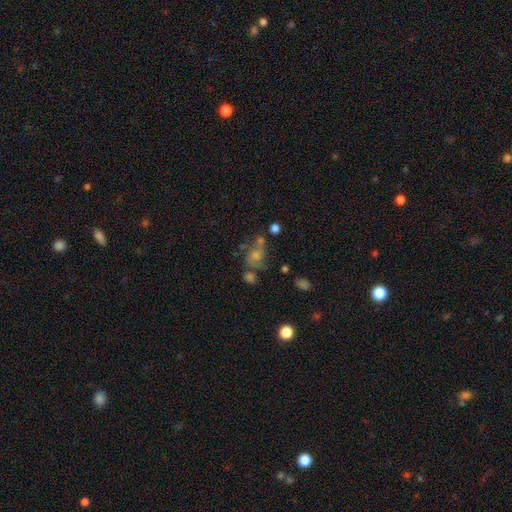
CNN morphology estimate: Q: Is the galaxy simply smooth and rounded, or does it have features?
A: featured or disk — 47%.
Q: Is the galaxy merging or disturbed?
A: none — 49%.